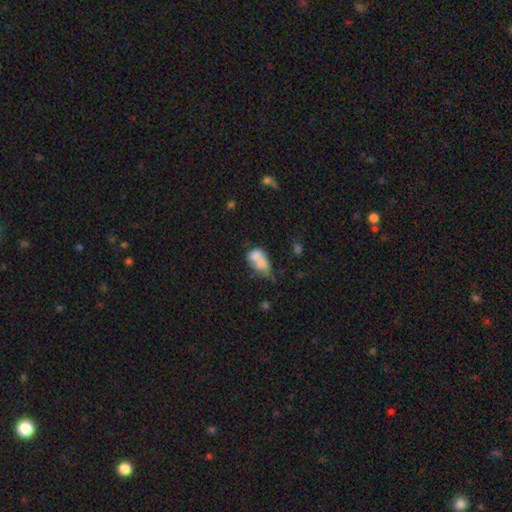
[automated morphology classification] Smooth or featured?
  - smooth: 68% *
  - featured or disk: 22%
  - star or artifact: 10%
How rounded?
  - in between: 74% *
  - round: 25%
  - cigar-shaped: 2%
Merging?
  - merger: 59% *
  - none: 17%
  - minor disturbance: 13%
  - major disturbance: 11%